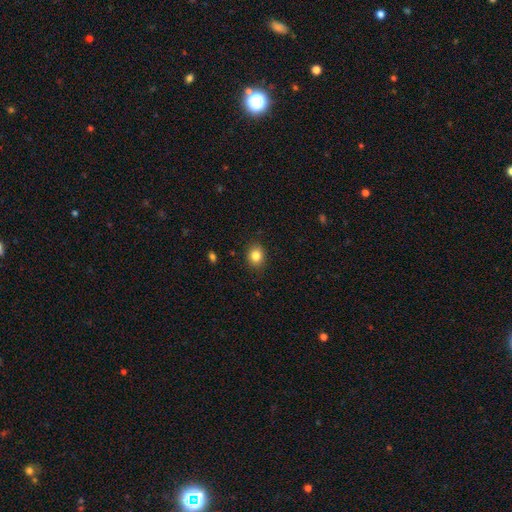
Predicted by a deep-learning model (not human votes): The model was most divided on "how rounded": round: 58%, in between: 41%, cigar-shaped: 1%. More confident: merging — none (88%); smooth or featured — smooth (84%).